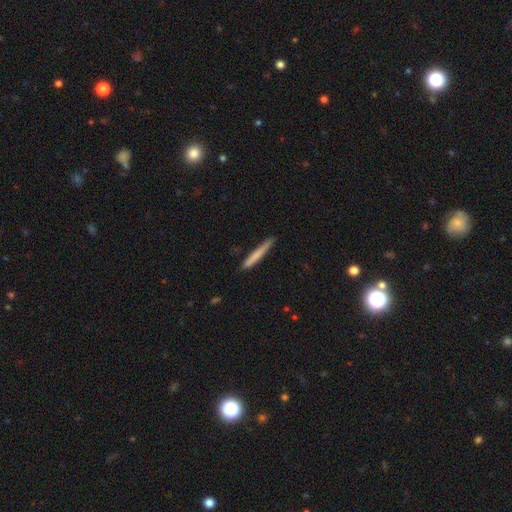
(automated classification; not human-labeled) The model was most divided on "smooth or featured": smooth: 72%, featured or disk: 23%, star or artifact: 5%. More confident: how rounded — cigar-shaped (97%); merging — none (85%).